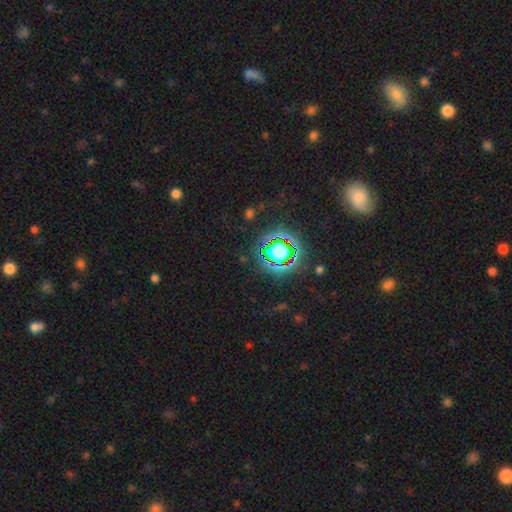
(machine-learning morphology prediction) Smooth or featured: star or artifact — 80% (smooth — 13%)